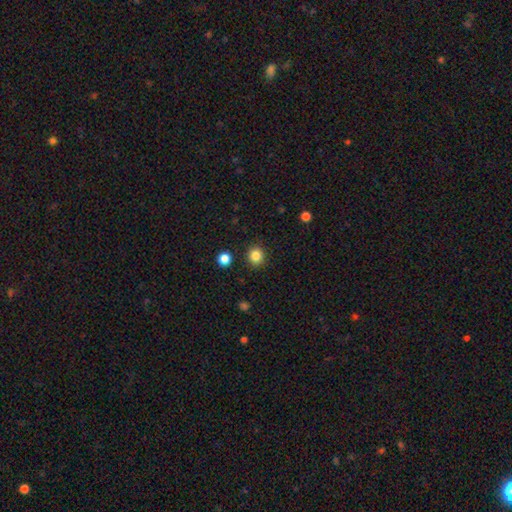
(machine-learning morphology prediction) The model was most divided on "smooth or featured": smooth: 84%, star or artifact: 11%, featured or disk: 4%. More confident: merging — none (91%); how rounded — round (88%).